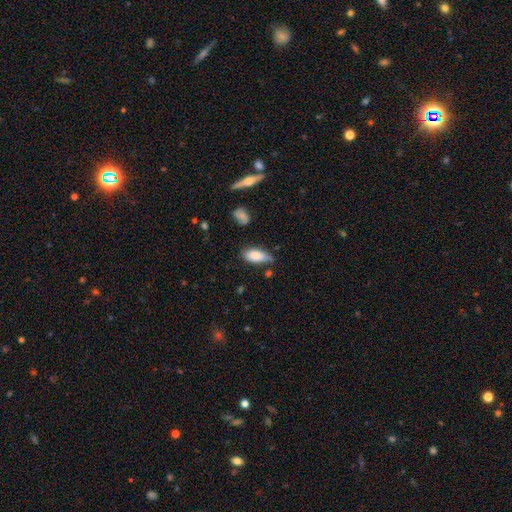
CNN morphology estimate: type=smooth (81%); roundness=in between (84%); merging=none (55%).